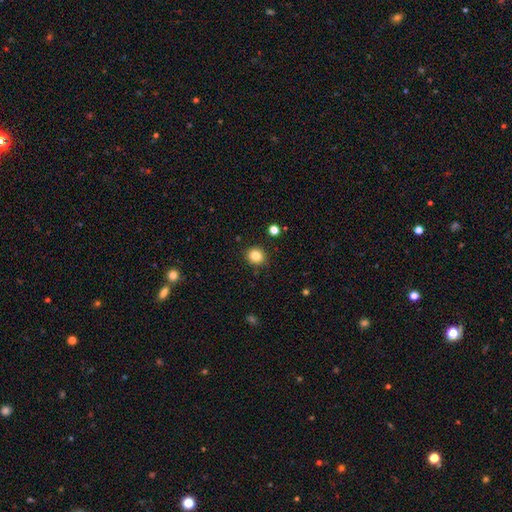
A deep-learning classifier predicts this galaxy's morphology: smooth 84%, star or artifact 11%, featured or disk 5%. Down the decision tree: how rounded — round (84%); merging — none (89%).